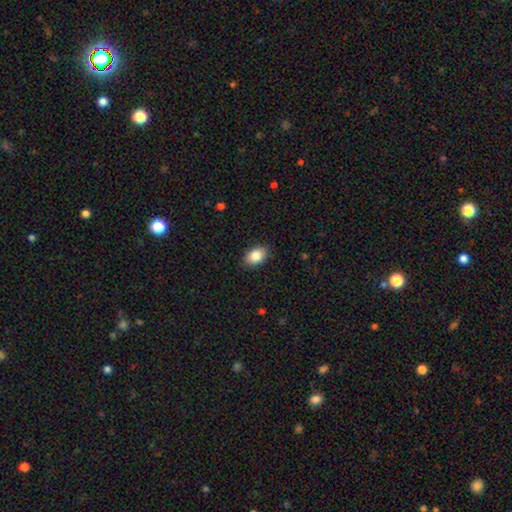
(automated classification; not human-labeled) This is clearly a smooth galaxy (86%). How rounded: clearly in between (84%). Merging: clearly none (87%).